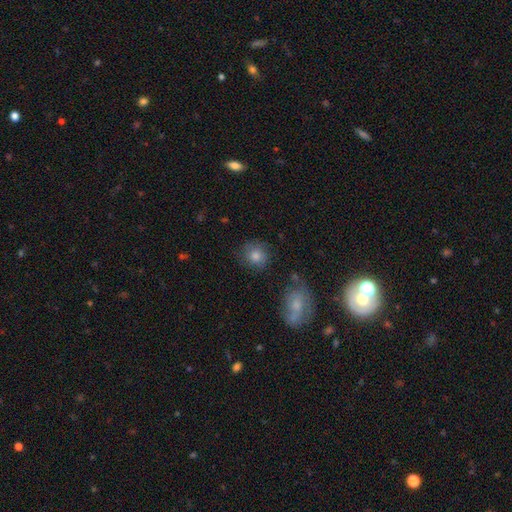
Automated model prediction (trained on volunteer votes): Smooth or featured: smooth — 71% (star or artifact — 14%)
How rounded: round — 84% (in between — 15%)
Merging: none — 80% (minor disturbance — 13%)